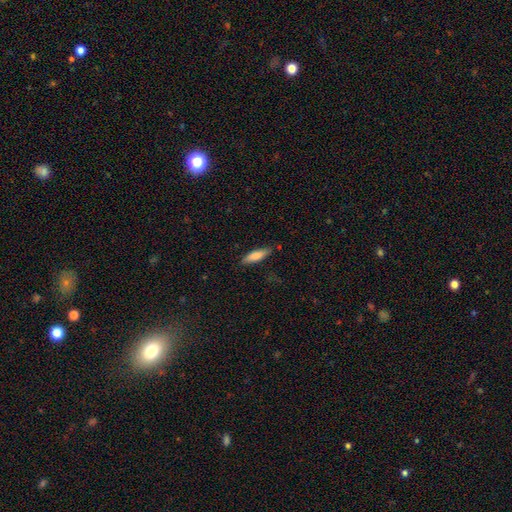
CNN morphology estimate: This appears to be a smooth galaxy with no disk features (80%) that is cigar-shaped (60%). Merging: none (81%).